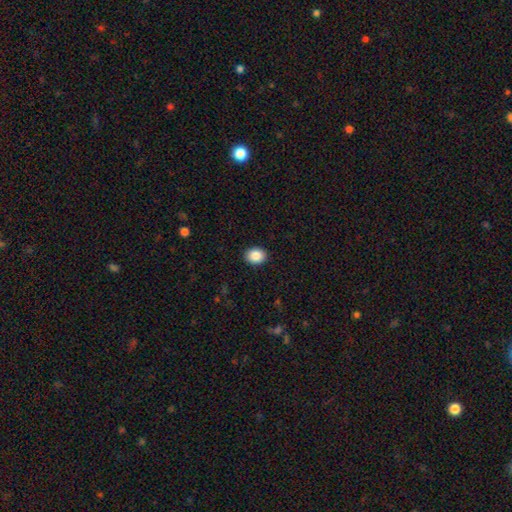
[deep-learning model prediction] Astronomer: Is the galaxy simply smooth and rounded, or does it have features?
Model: smooth — 88%.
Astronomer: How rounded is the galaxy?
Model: round — 56% (runner-up: in between, 43%).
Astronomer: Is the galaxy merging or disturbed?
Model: none — 91%.